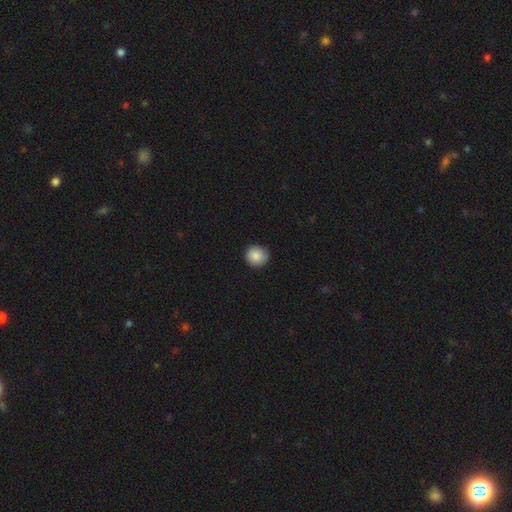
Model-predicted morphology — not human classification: The model was most divided on "merging": none: 79%, minor disturbance: 18%, major disturbance: 3%, merger: 1%. More confident: how rounded — round (90%); smooth or featured — smooth (84%).